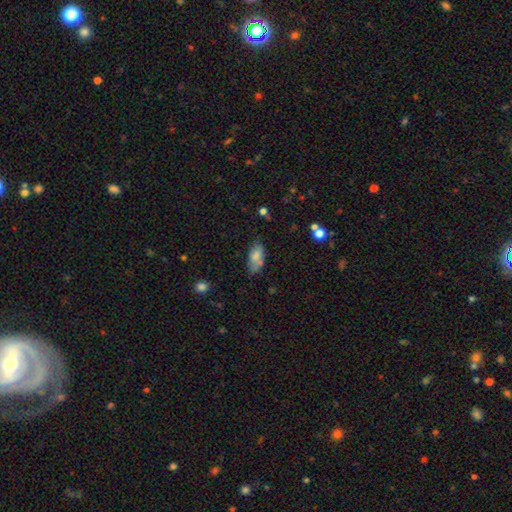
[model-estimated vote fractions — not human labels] Morphology: type=smooth (74%); roundness=in between (87%); merging=none (51%).